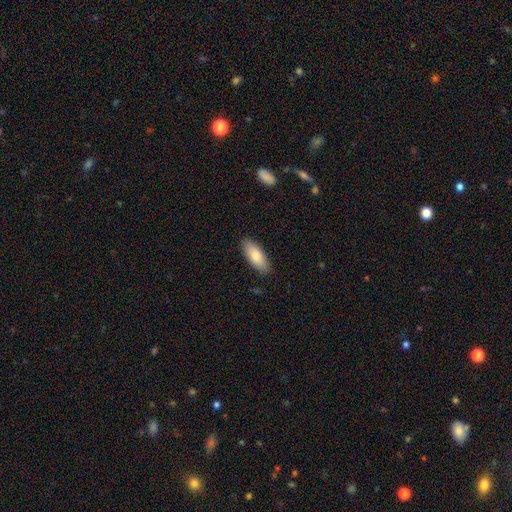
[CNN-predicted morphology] A smooth galaxy with no disk features (83%) that is in between round and cigar-shaped (80%). Merging: none (88%).